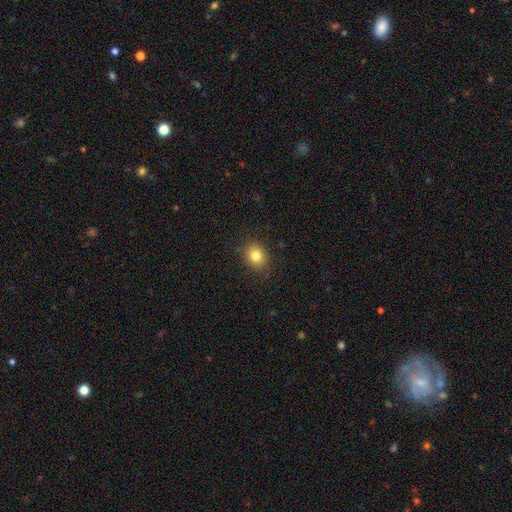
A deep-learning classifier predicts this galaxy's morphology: type=smooth (81%); roundness=round (62%); merging=none (86%).